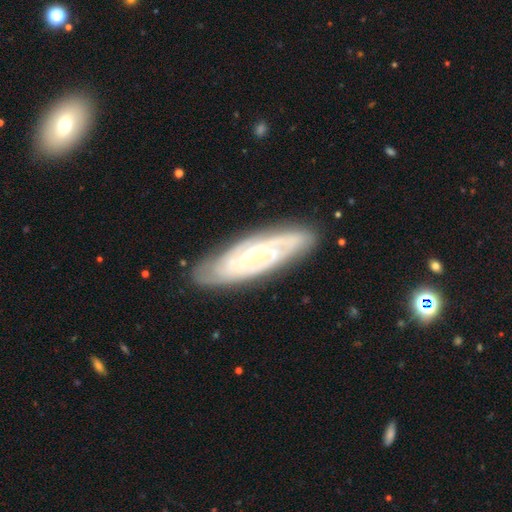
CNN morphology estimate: A featured or disk galaxy (83%) with no bar (59%), tight (73%) spiral arms (96%) and a small central bulge (75%).

Vote fractions:
- Smooth or featured? featured or disk: 83% / smooth: 12% / star or artifact: 6%
- Edge-on disk? no: 87% / yes: 13%
- Bar? no: 59% / weak: 31% / strong: 10%
- Spiral arms? yes: 96% / no: 4%
- Spiral winding? tight: 73% / medium: 23% / loose: 4%
- Spiral arm count? can't tell: 33% / 2: 31% / 3: 19% / 4: 9% / more than 4: 5% / 1: 4%
- Bulge size? small: 75% / moderate: 18% / none: 4% / large: 1% / dominant: 1%
- Merging? none: 81% / minor disturbance: 15% / major disturbance: 3% / merger: 1%